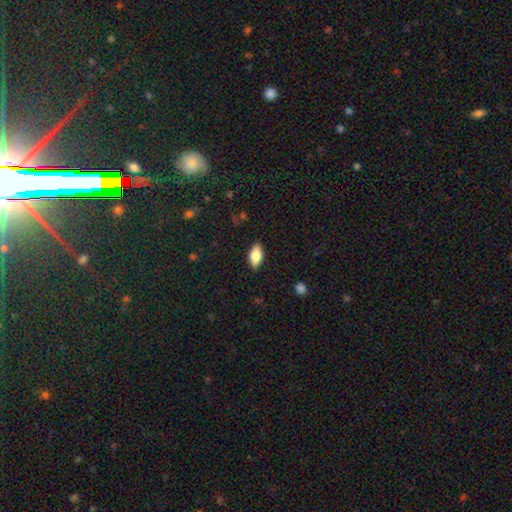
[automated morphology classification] The model was most divided on "smooth or featured": smooth: 73%, featured or disk: 20%, star or artifact: 7%. More confident: merging — none (88%); how rounded — in between (87%).